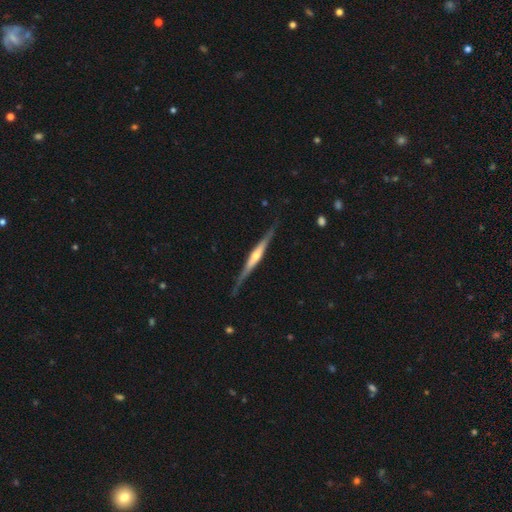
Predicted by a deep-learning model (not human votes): Smooth or featured: featured or disk — 73% (smooth — 22%)
Edge-on disk: yes — 96% (no — 4%)
Edge-on bulge: rounded — 73% (none — 16%)
Merging: none — 80% (minor disturbance — 15%)